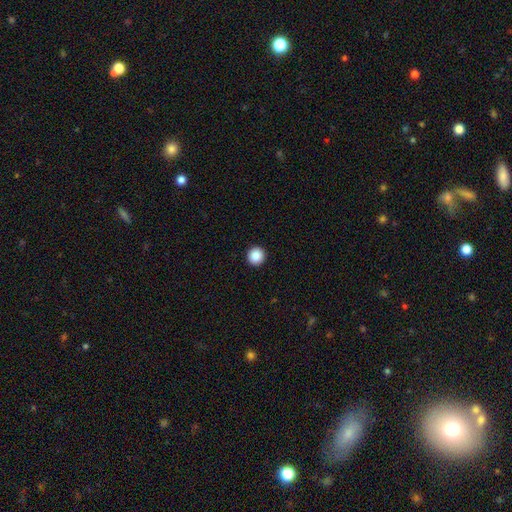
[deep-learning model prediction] Smooth or featured?
  - smooth: 88% *
  - star or artifact: 9%
  - featured or disk: 3%
How rounded?
  - round: 95% *
  - in between: 4%
  - cigar-shaped: 1%
Merging?
  - none: 94% *
  - minor disturbance: 4%
  - major disturbance: 1%
  - merger: 1%